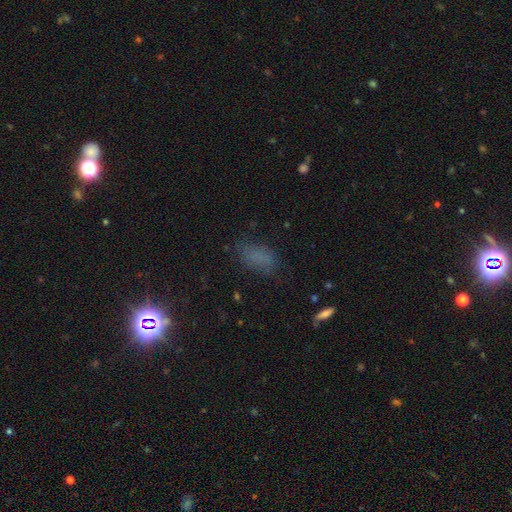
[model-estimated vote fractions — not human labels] Smooth or featured? smooth (67%)
How rounded? in between (86%)
Merging? none (73%)